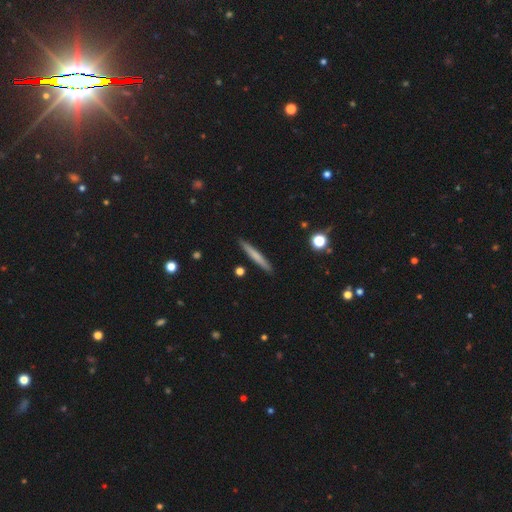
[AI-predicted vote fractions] This appears to be a smooth galaxy with no disk features (66%) that is cigar-shaped (96%). Merging: none (91%).